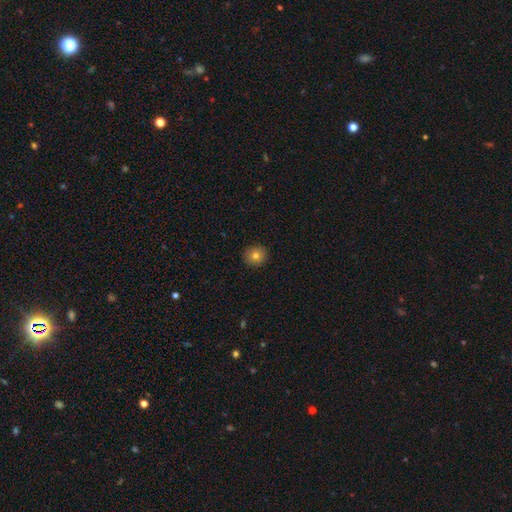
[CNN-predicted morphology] Smooth or featured? Predicted: smooth (p=0.79). How rounded? Predicted: round (p=0.90). Merging? Predicted: none (p=0.92).